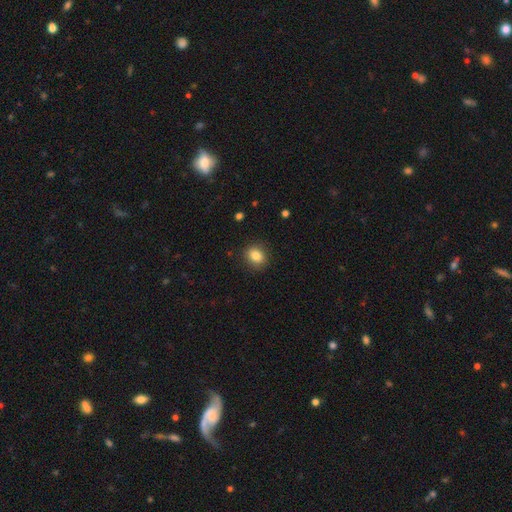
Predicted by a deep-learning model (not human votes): The model was most divided on "how rounded": round: 65%, in between: 34%, cigar-shaped: 1%. More confident: merging — none (88%); smooth or featured — smooth (84%).